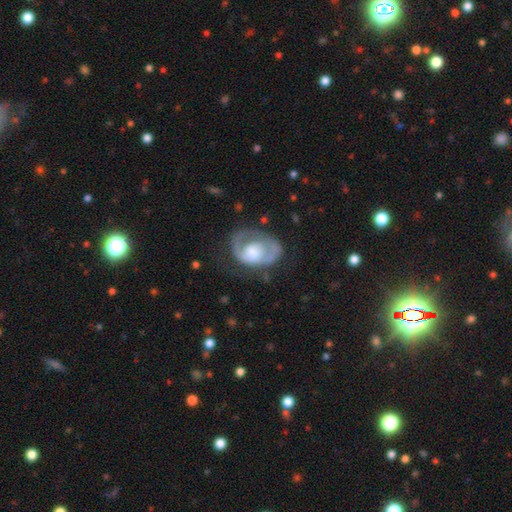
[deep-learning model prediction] A featured or disk galaxy (67%) with no bar (71%), spiral arms (74%) and a large central bulge (34%, tied with moderate). Merging: none (44%).